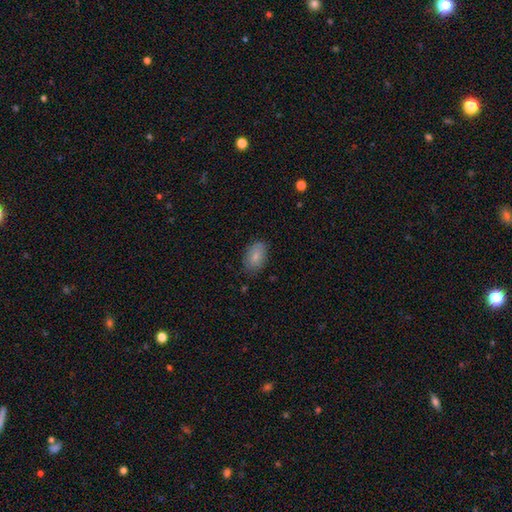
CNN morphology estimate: This appears to be a smooth galaxy with no disk features (78%) that is in between round and cigar-shaped (89%). Merging: none (77%).